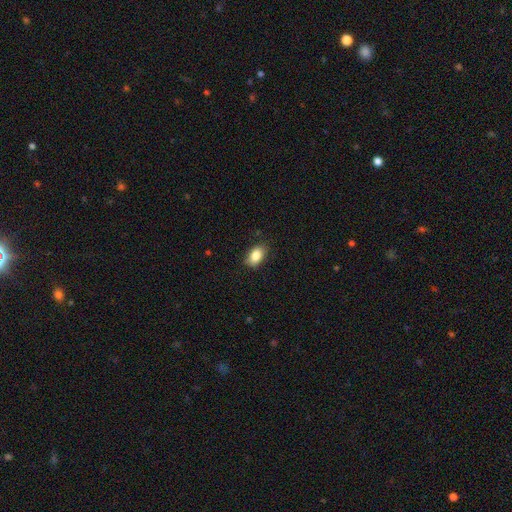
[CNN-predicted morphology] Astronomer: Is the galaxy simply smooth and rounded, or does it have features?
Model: smooth — 86%.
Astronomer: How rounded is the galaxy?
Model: in between — 88%.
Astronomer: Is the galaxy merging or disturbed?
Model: none — 83%.